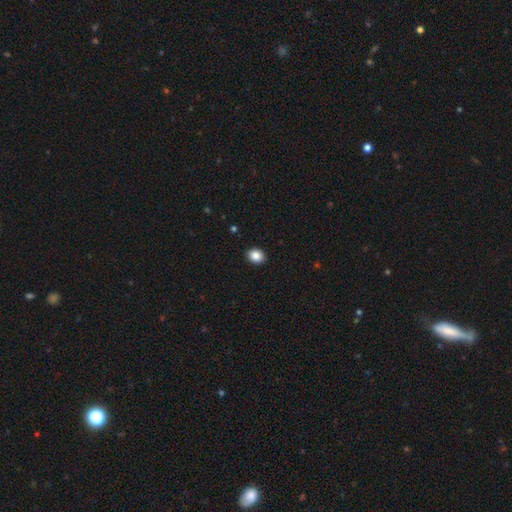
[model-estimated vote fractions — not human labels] This is clearly a smooth galaxy (87%). How rounded: possibly round (53%). Merging: clearly none (91%).